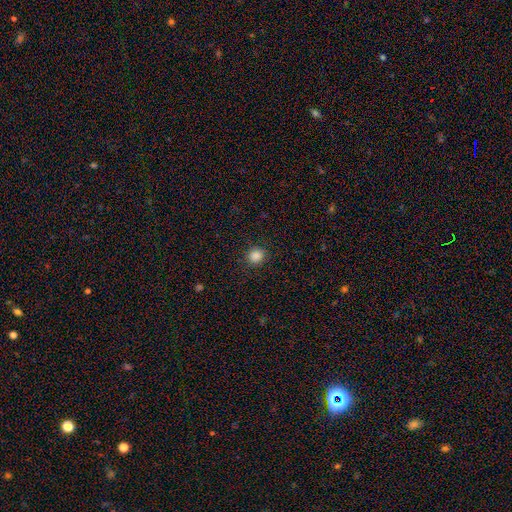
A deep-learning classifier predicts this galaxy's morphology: A smooth galaxy with no disk features (86%) that is round (87%). Merging: none (90%).